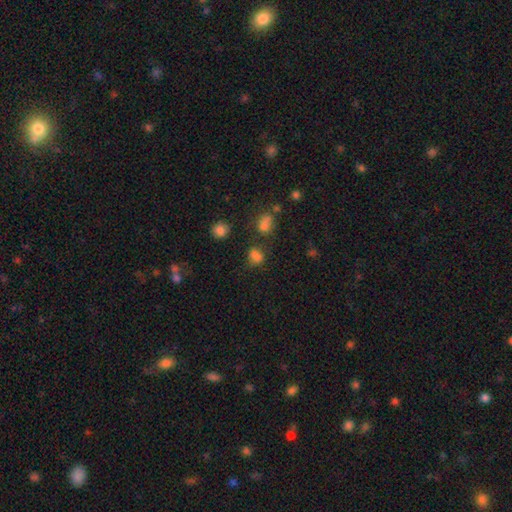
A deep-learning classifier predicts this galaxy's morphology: This appears to be a smooth galaxy with no disk features (69%) that is round (49%, tied with in between). Merging: none (48%).